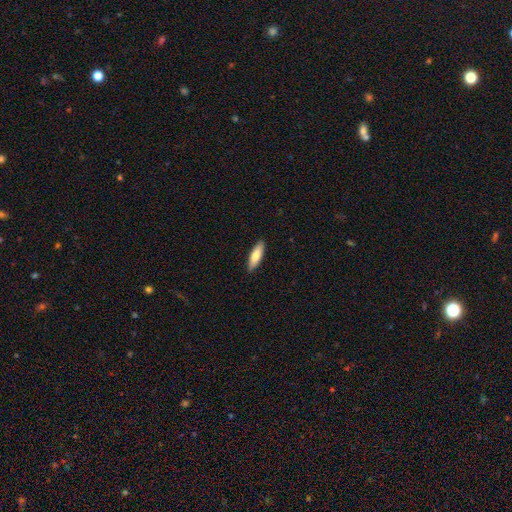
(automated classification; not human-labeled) Smooth or featured? Predicted: smooth (p=0.79). How rounded? Predicted: cigar-shaped (p=0.52). Merging? Predicted: none (p=0.90).